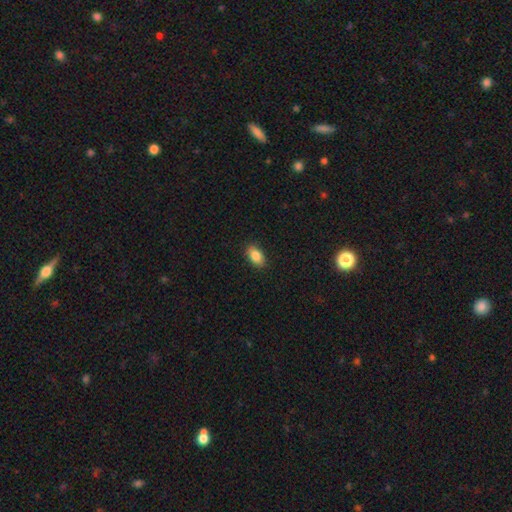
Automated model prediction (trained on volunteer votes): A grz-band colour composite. It shows a smooth galaxy with no disk features (86%) that is in between round and cigar-shaped (90%). Merging: none (89%).